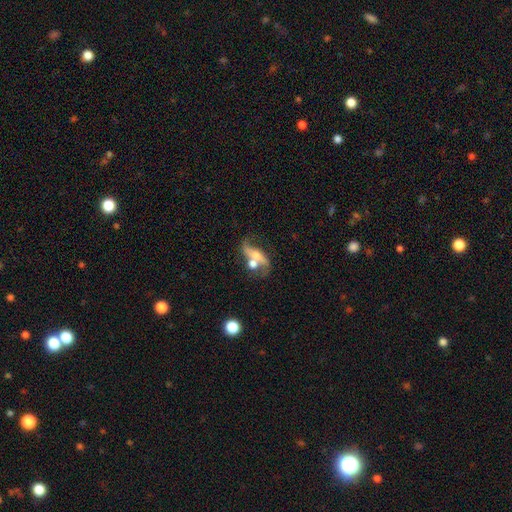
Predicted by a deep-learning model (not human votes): Smooth or featured?
  - featured or disk: 68% *
  - smooth: 22%
  - star or artifact: 10%
Edge-on disk?
  - no: 90% *
  - yes: 10%
Bar?
  - no: 58% *
  - weak: 29%
  - strong: 14%
Spiral arms?
  - yes: 80% *
  - no: 20%
Bulge size?
  - moderate: 44% *
  - small: 30%
  - none: 13%
  - large: 10%
  - dominant: 3%
Merging?
  - merger: 37% *
  - none: 34%
  - major disturbance: 15%
  - minor disturbance: 14%